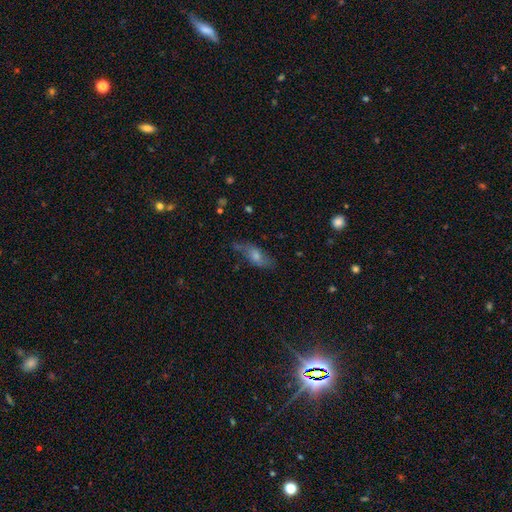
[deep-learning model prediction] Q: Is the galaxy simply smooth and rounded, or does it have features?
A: smooth — 51%.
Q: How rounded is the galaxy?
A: in between — 67%.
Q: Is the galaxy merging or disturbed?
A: none — 61%.